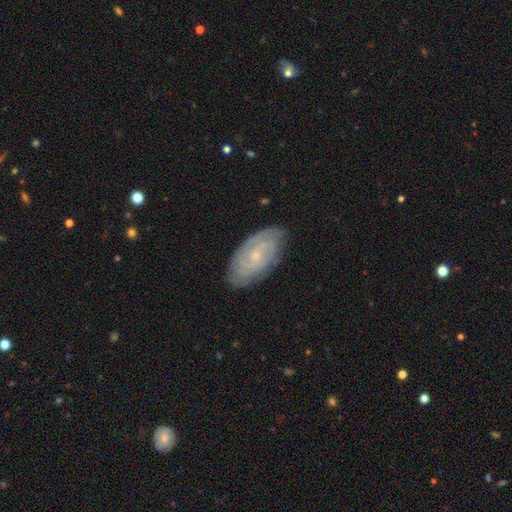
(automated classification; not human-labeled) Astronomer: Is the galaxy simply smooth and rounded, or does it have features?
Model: featured or disk — 74%.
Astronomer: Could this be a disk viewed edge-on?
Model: no — 94%.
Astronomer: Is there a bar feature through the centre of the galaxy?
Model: no — 67%.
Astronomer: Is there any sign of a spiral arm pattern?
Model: yes — 91%.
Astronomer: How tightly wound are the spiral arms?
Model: tight — 71%.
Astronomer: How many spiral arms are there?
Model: can't tell — 41% (runner-up: 2, 30%).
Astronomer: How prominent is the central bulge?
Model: small — 78%.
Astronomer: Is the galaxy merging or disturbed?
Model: none — 82%.